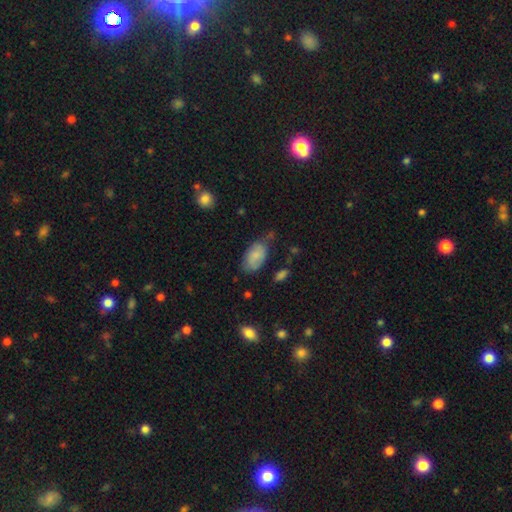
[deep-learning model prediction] smooth 78%, featured or disk 15%, star or artifact 7%. Down the decision tree: how rounded — in between (92%); merging — none (54%).